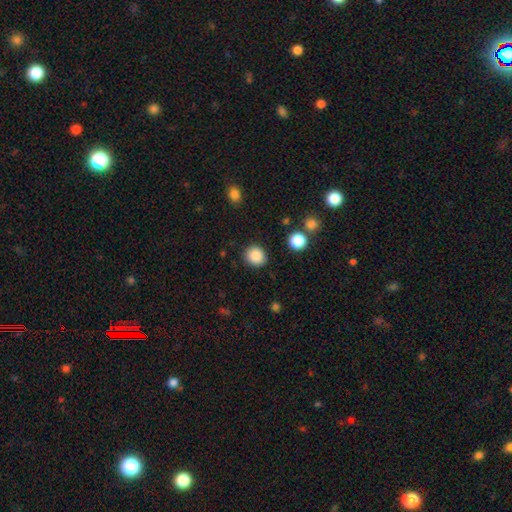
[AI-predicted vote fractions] The model was most divided on "how rounded": round: 85%, in between: 14%, cigar-shaped: 1%. More confident: merging — none (88%); smooth or featured — smooth (87%).